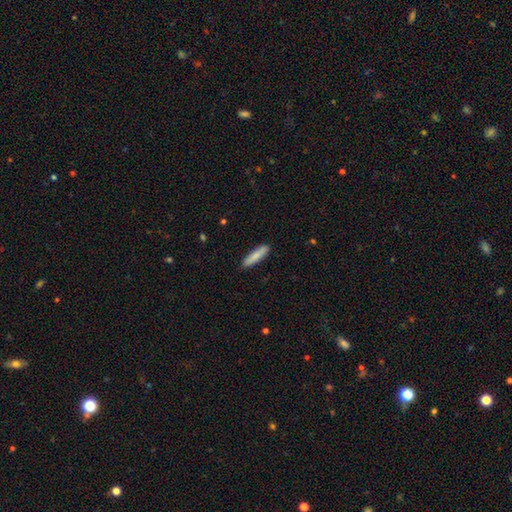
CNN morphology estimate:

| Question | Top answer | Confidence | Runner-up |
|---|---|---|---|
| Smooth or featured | smooth | 82% | featured or disk (13%) |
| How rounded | cigar-shaped | 82% | in between (16%) |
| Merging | none | 89% | minor disturbance (8%) |